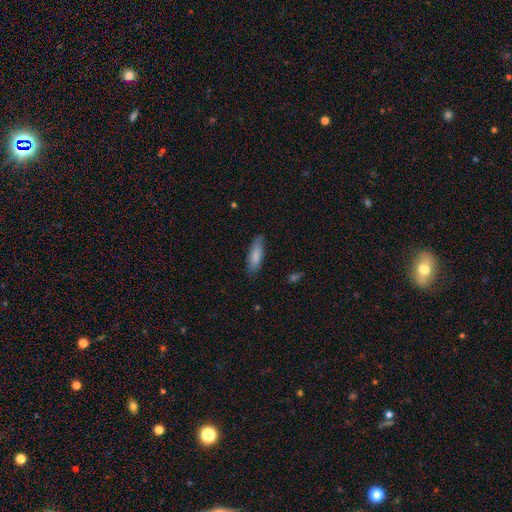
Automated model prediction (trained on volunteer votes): This is clearly a smooth galaxy (82%). How rounded: possibly cigar-shaped (49%, tied with in between). Merging: likely none (79%).